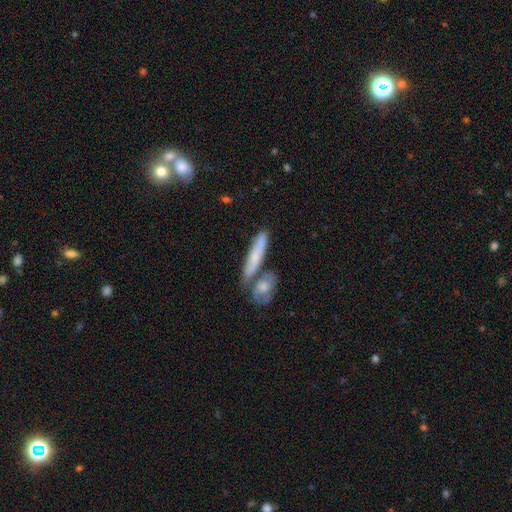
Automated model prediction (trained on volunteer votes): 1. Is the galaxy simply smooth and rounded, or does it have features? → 54% smooth, 38% featured or disk, 8% star or artifact.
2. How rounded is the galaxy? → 83% cigar-shaped, 14% in between, 3% round.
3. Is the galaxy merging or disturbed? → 58% none, 24% merger, 14% minor disturbance, 4% major disturbance.